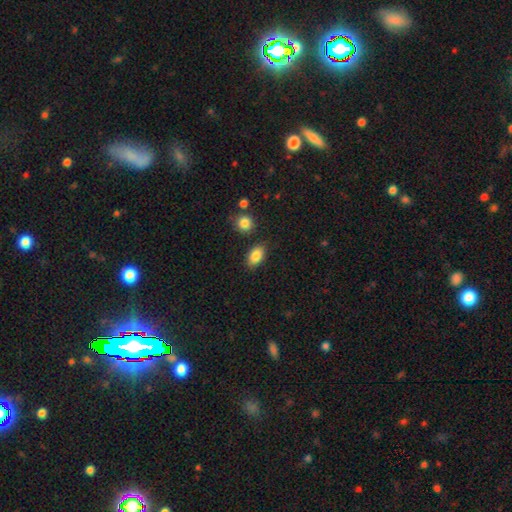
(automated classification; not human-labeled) This appears to be a smooth galaxy with no disk features (86%) that is in between round and cigar-shaped (89%). Merging: none (82%).